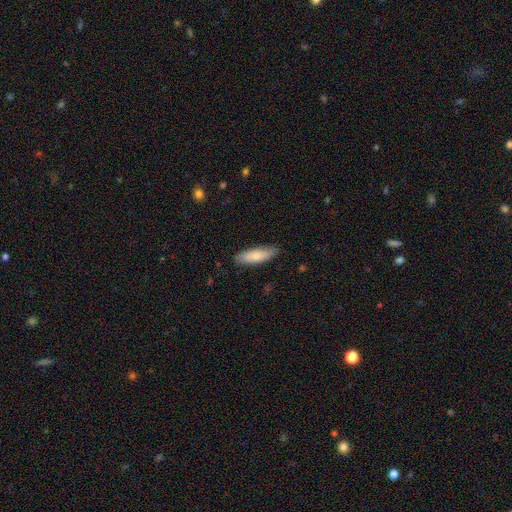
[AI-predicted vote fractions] This is likely a smooth galaxy (78%). How rounded: possibly cigar-shaped (54%). Merging: clearly none (85%).